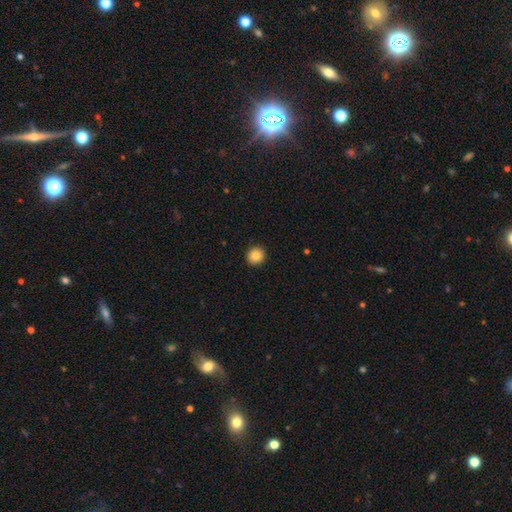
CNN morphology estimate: This appears to be a smooth galaxy with no disk features (87%) that is round (88%). Merging: none (92%).